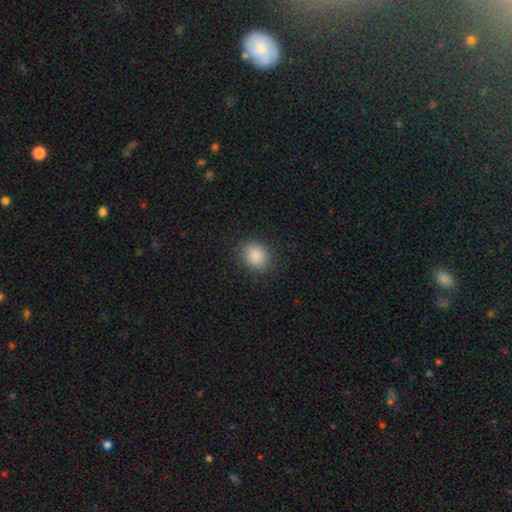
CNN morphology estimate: smooth-or-featured: smooth: 88% | star or artifact: 9% | featured or disk: 4%
  how-rounded: round: 56% | in between: 44% | cigar-shaped: 1%
  merging: none: 85% | minor disturbance: 10% | major disturbance: 4% | merger: 1%